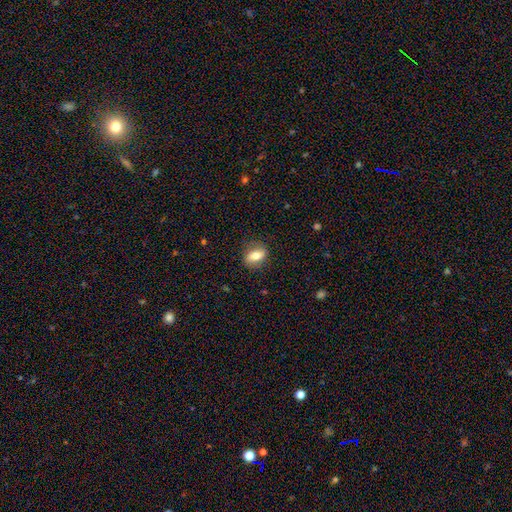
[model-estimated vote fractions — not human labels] A smooth galaxy with no disk features (68%) that is in between round and cigar-shaped (74%). Merging: none (81%).